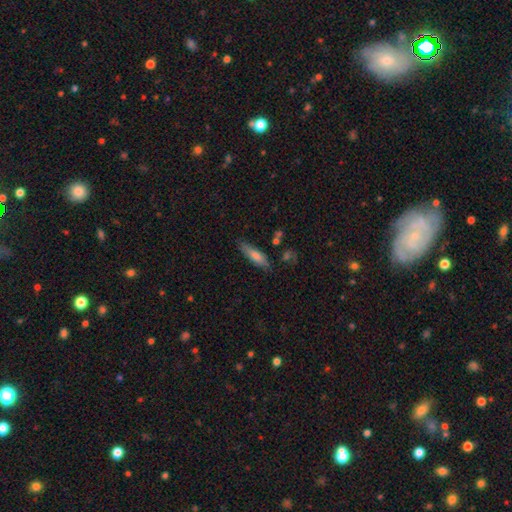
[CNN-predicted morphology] Smooth or featured?
  - smooth: 69% *
  - featured or disk: 24%
  - star or artifact: 7%
How rounded?
  - cigar-shaped: 62% *
  - in between: 35%
  - round: 2%
Merging?
  - none: 77% *
  - minor disturbance: 16%
  - merger: 4%
  - major disturbance: 3%